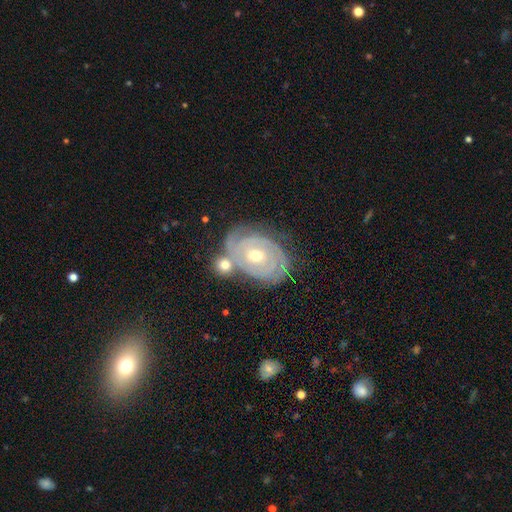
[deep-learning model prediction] Smooth or featured? featured or disk (86%)
Edge-on disk? no (97%)
Bar? no (65%)
Spiral arms? yes (95%)
Spiral winding? tight (83%)
Spiral arm count? 2 (34%)
Bulge size? moderate (61%)
Merging? none (62%)